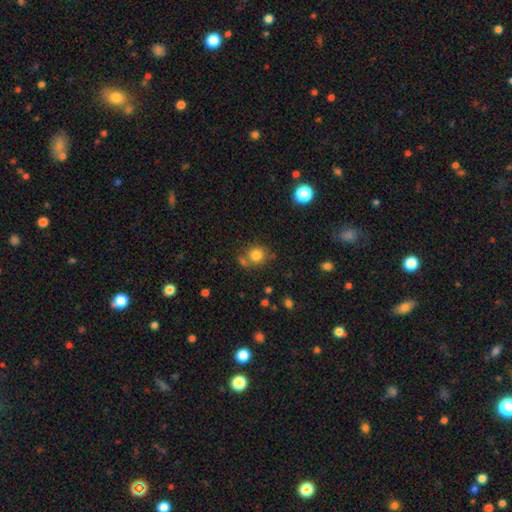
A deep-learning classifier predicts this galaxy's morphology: Overall: smooth (81%). How rounded: round (84%). Merging: none (66%).